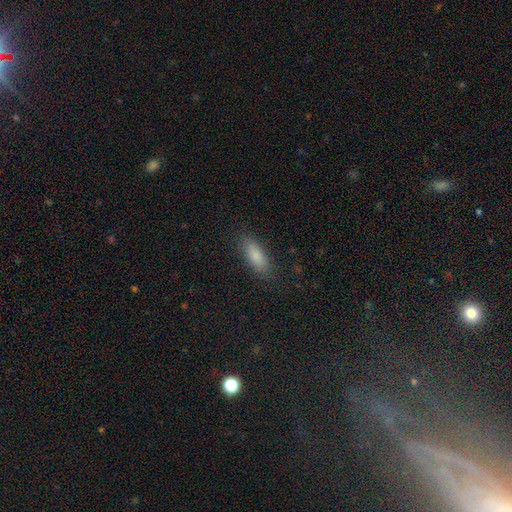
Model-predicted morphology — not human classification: A smooth galaxy with no disk features (84%) that is in between round and cigar-shaped (70%). Merging: none (84%).